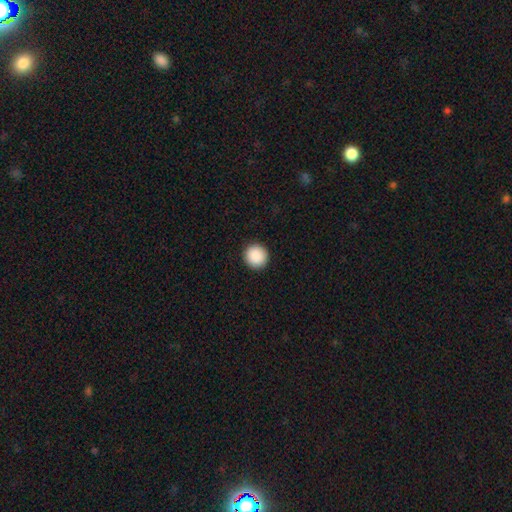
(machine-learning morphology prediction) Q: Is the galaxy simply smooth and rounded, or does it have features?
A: smooth — 90%.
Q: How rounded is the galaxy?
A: round — 95%.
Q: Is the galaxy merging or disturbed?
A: none — 93%.